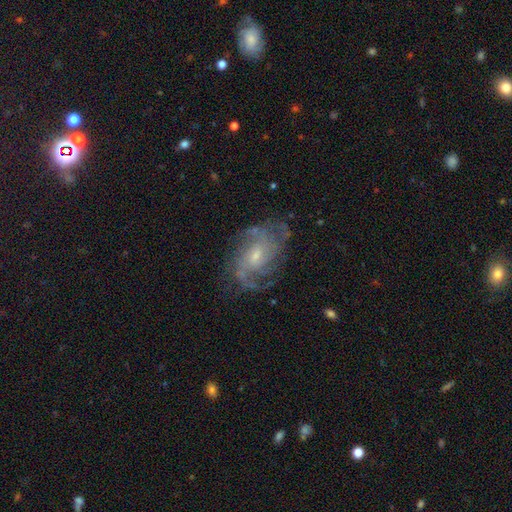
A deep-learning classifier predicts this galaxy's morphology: This appears to be a featured or disk galaxy (84%) with no bar (58%), medium (44%) spiral arms (94%) and a small central bulge (60%). Merging: none (71%).